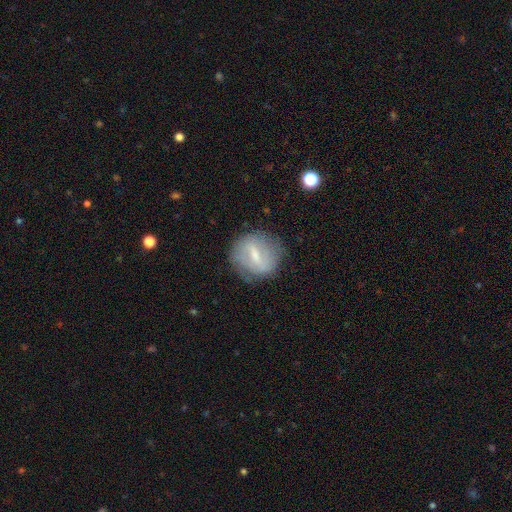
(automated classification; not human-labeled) A featured or disk galaxy (58%) with a weak bar (47%), spiral arms (54%) and a small central bulge (51%). Merging: none (72%).